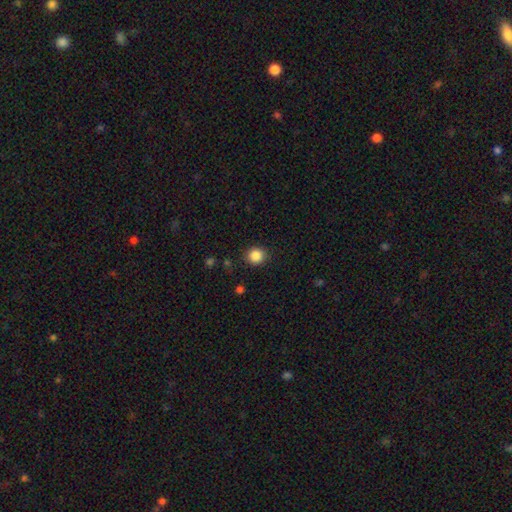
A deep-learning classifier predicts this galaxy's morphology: A smooth galaxy with no disk features (86%) that is round (88%).

Vote fractions:
- Smooth or featured? smooth: 86% / star or artifact: 10% / featured or disk: 3%
- How rounded? round: 88% / in between: 11% / cigar-shaped: 1%
- Merging? none: 89% / minor disturbance: 7% / major disturbance: 2% / merger: 1%